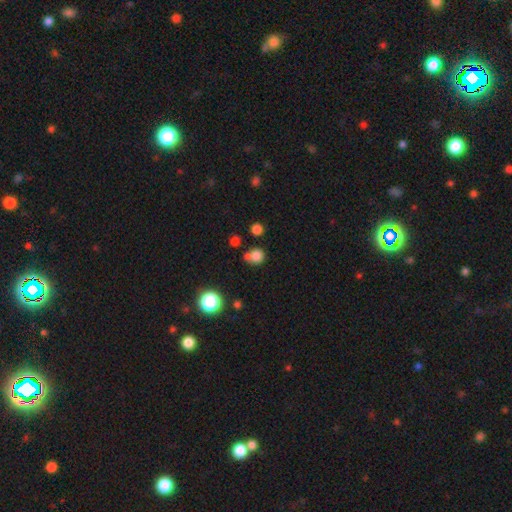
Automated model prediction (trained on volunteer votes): This appears to be a smooth galaxy with no disk features (78%) that is round (81%). Merging: none (52%).